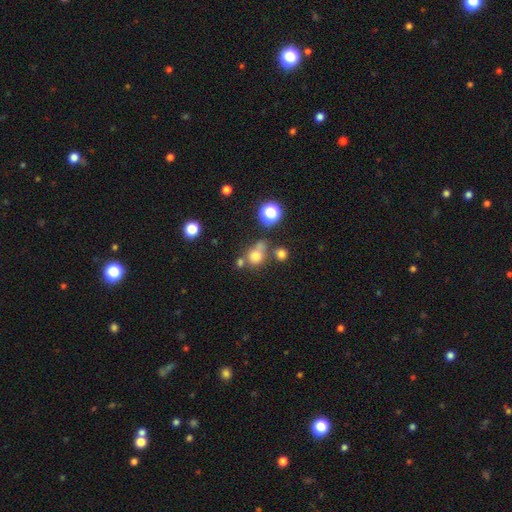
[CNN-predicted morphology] A smooth galaxy with no disk features (71%) that is round (73%).

Vote fractions:
- Smooth or featured? smooth: 71% / star or artifact: 18% / featured or disk: 10%
- How rounded? round: 73% / in between: 25% / cigar-shaped: 2%
- Merging? none: 44% / merger: 30% / minor disturbance: 15% / major disturbance: 11%